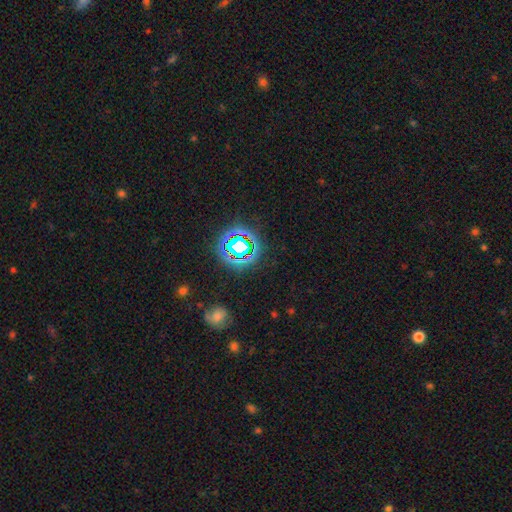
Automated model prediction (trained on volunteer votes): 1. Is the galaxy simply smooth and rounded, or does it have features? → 76% star or artifact, 17% smooth, 7% featured or disk.